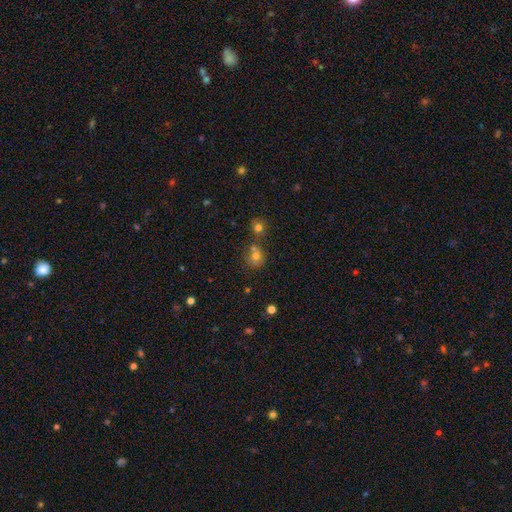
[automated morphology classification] Smooth or featured? Predicted: smooth (p=0.65). How rounded? Predicted: round (p=0.83). Merging? Predicted: none (p=0.54).